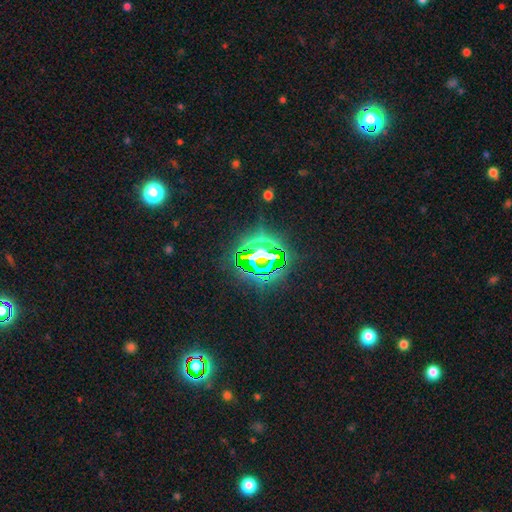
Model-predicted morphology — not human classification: smooth_or_featured: star or artifact (p=0.75) [alt: smooth p=0.15]